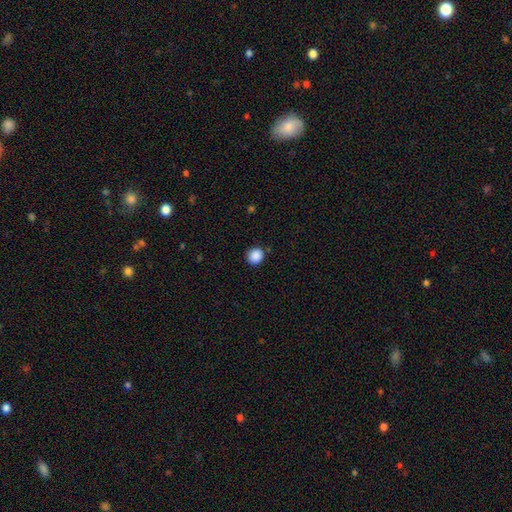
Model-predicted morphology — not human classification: type=smooth (88%); roundness=round (89%); merging=none (88%).